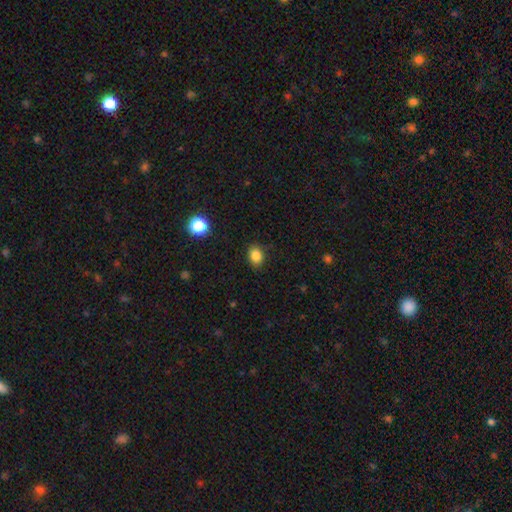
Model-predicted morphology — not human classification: Smooth or featured: smooth — 85% (star or artifact — 11%)
How rounded: in between — 62% (round — 37%)
Merging: none — 86% (minor disturbance — 11%)